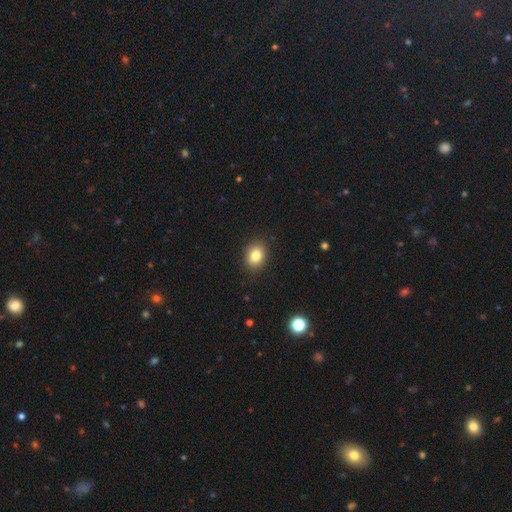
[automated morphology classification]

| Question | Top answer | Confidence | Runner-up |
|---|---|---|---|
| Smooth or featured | smooth | 81% | star or artifact (10%) |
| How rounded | in between | 55% | round (44%) |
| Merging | none | 89% | minor disturbance (8%) |